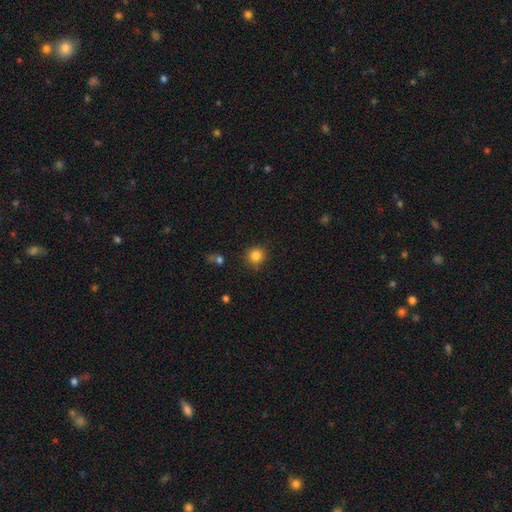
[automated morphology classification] This is clearly a smooth galaxy (84%). How rounded: clearly round (91%). Merging: clearly none (85%).